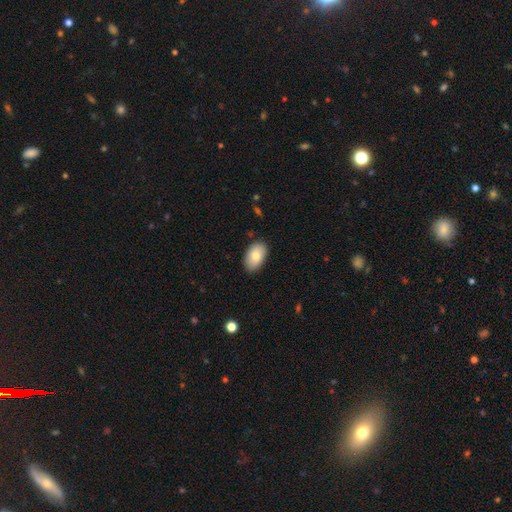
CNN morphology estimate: Smooth or featured? Predicted: smooth (p=0.81). How rounded? Predicted: in between (p=0.93). Merging? Predicted: none (p=0.86).